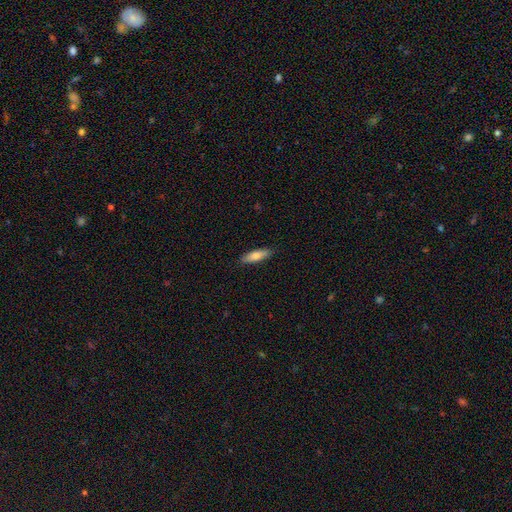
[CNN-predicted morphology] This is likely a smooth galaxy (75%). How rounded: likely cigar-shaped (61%). Merging: clearly none (88%).